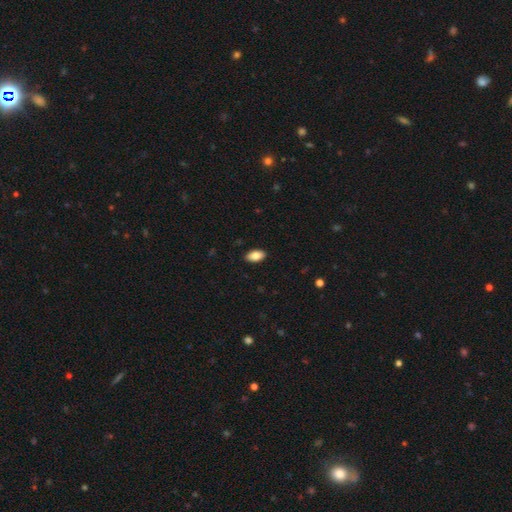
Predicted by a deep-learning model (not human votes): Smooth or featured?
  - smooth: 84% *
  - featured or disk: 9%
  - star or artifact: 7%
How rounded?
  - in between: 93% *
  - round: 4%
  - cigar-shaped: 3%
Merging?
  - none: 89% *
  - minor disturbance: 8%
  - major disturbance: 2%
  - merger: 1%